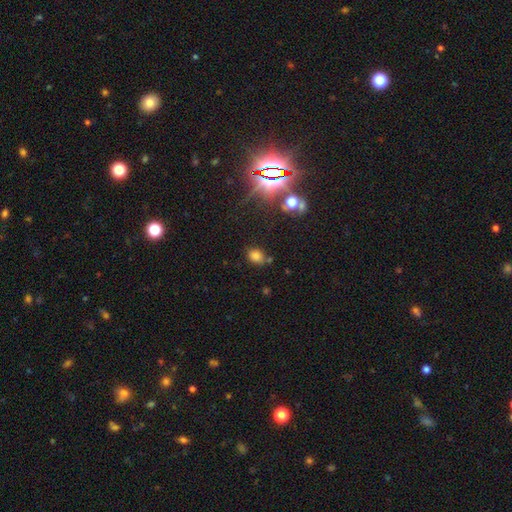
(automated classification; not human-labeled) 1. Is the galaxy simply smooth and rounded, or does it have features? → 73% smooth, 20% star or artifact, 7% featured or disk.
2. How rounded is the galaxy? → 58% in between, 41% round, 1% cigar-shaped.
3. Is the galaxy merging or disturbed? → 73% none, 15% minor disturbance, 8% merger, 4% major disturbance.